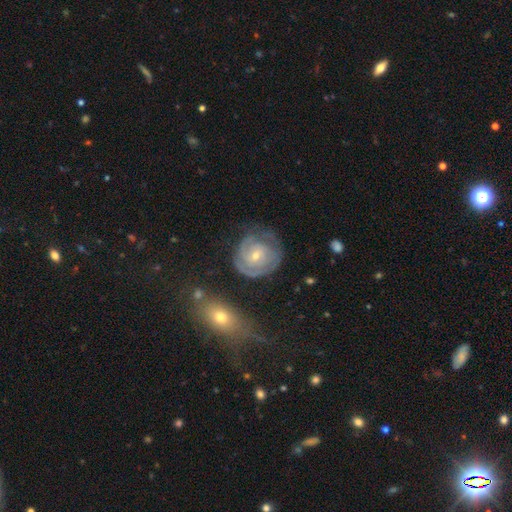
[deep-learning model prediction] Morphology: type=featured or disk (77%); edge-on=no (97%); bar=no (67%); spiral arms=yes (88%); winding=tight (74%); arm count=can't tell (40%); bulge=small (64%); merging=none (61%).